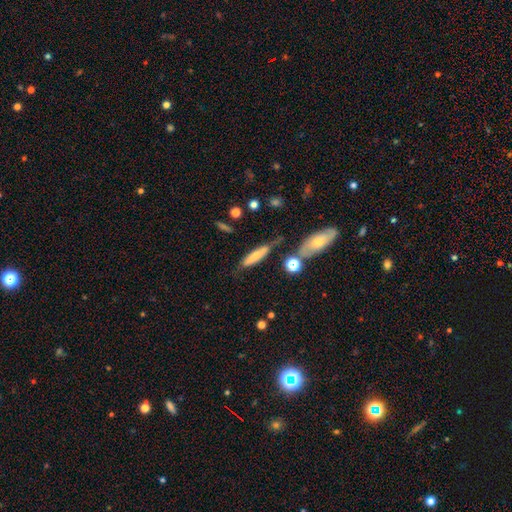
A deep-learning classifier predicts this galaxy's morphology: Smooth or featured? Predicted: smooth (p=0.63). How rounded? Predicted: cigar-shaped (p=0.75). Merging? Predicted: none (p=0.58).